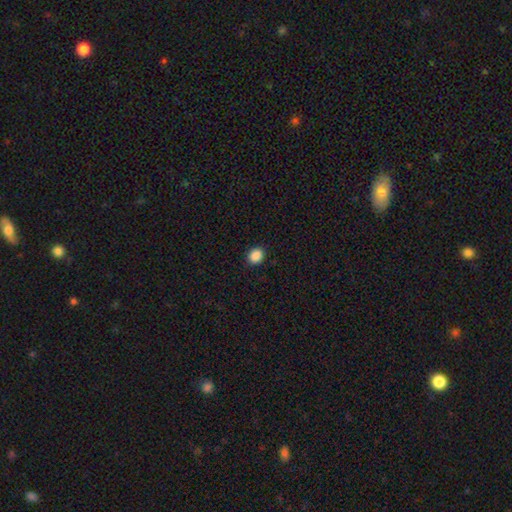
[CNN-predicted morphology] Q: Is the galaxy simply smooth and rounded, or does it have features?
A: smooth — 88%.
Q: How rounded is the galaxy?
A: round — 64%.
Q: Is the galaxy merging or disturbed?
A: none — 90%.